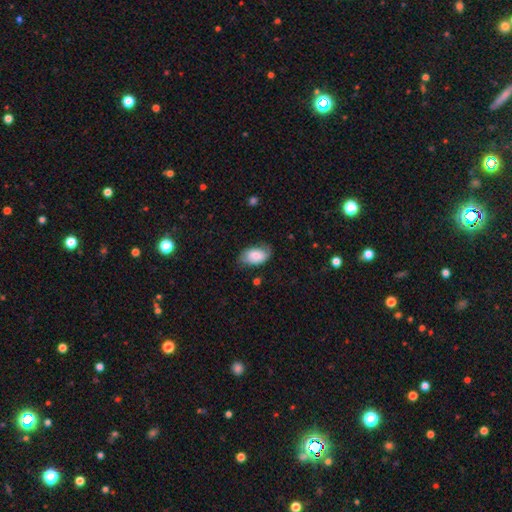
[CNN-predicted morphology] Q: Smooth or featured?
A: smooth (71%); runner-up: featured or disk (22%)
Q: How rounded?
A: in between (92%); runner-up: round (6%)
Q: Merging?
A: none (63%); runner-up: minor disturbance (27%)